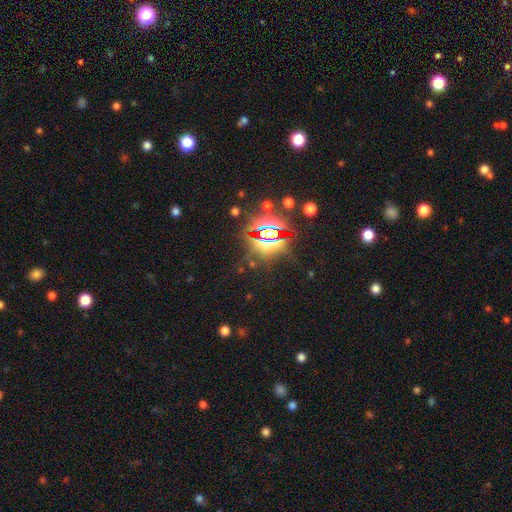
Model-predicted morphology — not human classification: Smooth or featured? Predicted: star or artifact (p=0.83).